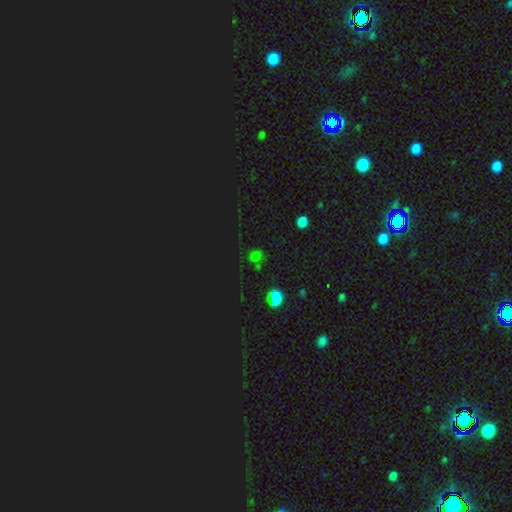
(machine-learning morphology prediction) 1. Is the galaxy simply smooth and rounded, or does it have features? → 50% star or artifact, 44% smooth, 6% featured or disk.